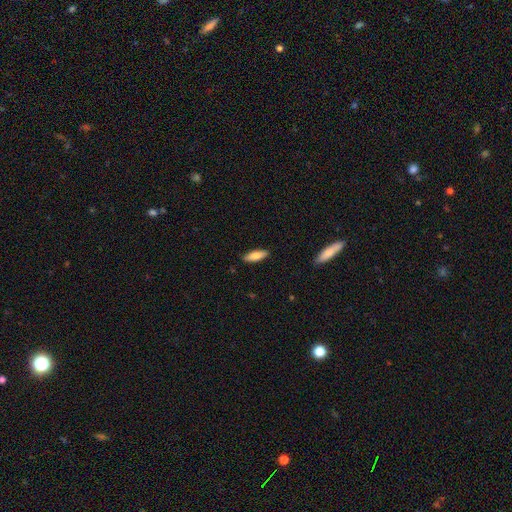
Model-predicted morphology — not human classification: Smooth or featured? Predicted: smooth (p=0.82). How rounded? Predicted: in between (p=0.61). Merging? Predicted: none (p=0.88).